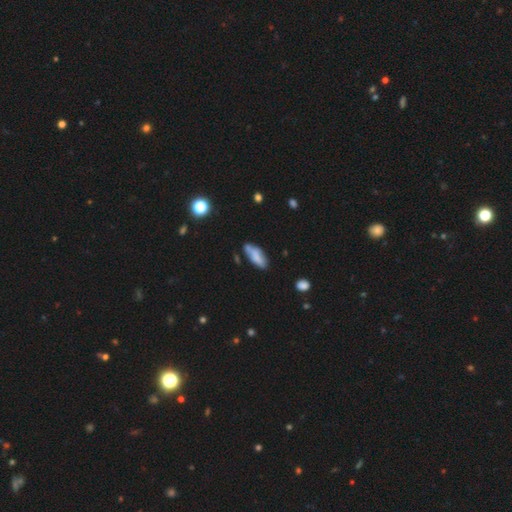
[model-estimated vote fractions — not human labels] The model was most divided on "merging": none: 61%, minor disturbance: 26%, merger: 6%, major disturbance: 6%. More confident: smooth or featured — smooth (74%); how rounded — in between (68%).